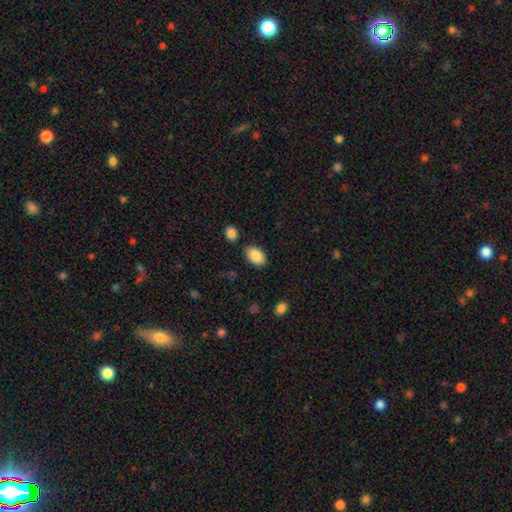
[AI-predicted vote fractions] Overall: smooth (87%). How rounded: in between (92%). Merging: none (82%).